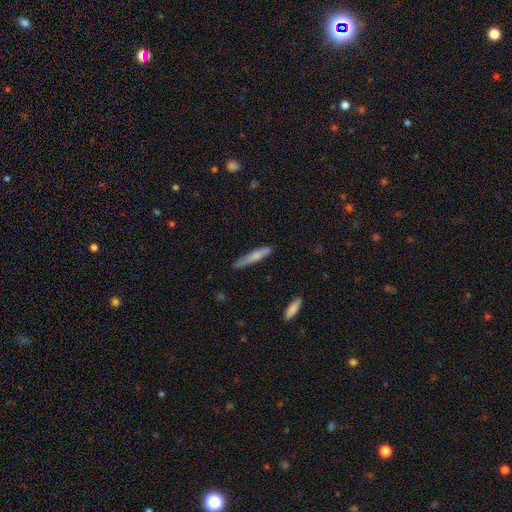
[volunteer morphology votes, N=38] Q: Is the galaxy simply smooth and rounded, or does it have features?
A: smooth — 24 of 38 (63%).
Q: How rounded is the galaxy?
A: cigar-shaped — 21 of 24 (88%).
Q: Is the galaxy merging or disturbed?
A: none — 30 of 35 (86%).